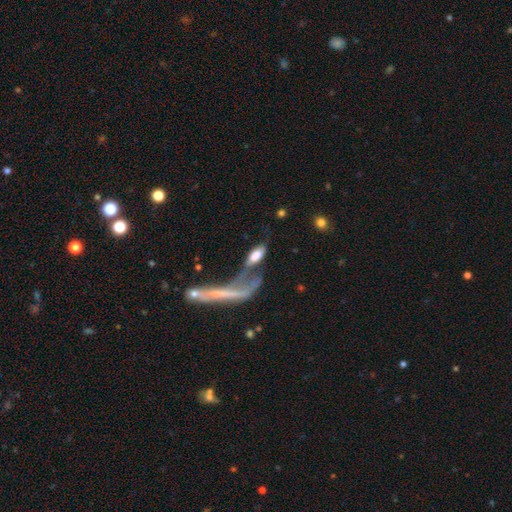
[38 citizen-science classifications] Overall: smooth (63%; featured or disk 32%). How rounded: in between (83%). Merging: merger (75%).